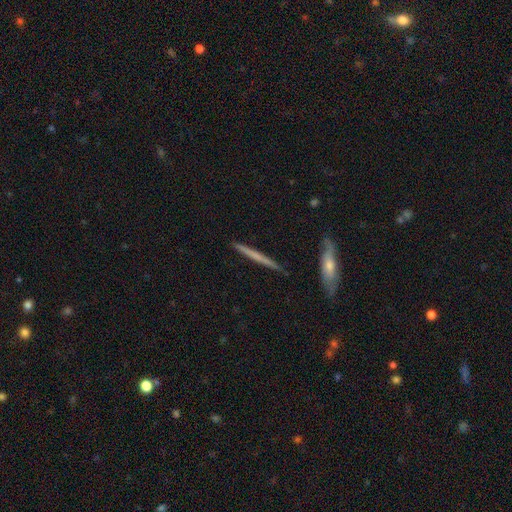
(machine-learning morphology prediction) type=featured or disk (47%, tied with smooth); merging=none (90%).